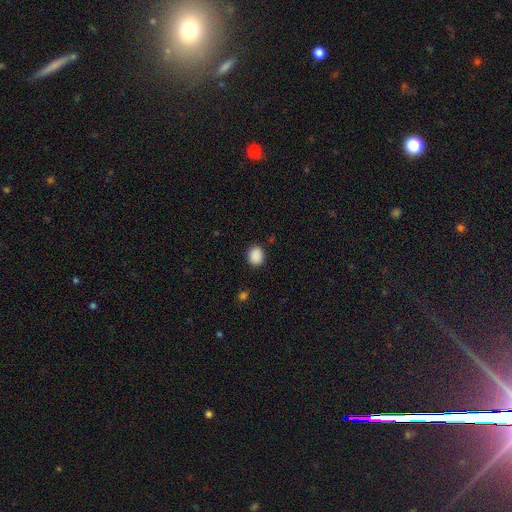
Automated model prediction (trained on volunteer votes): Morphology: type=smooth (89%); roundness=round (62%); merging=none (88%).